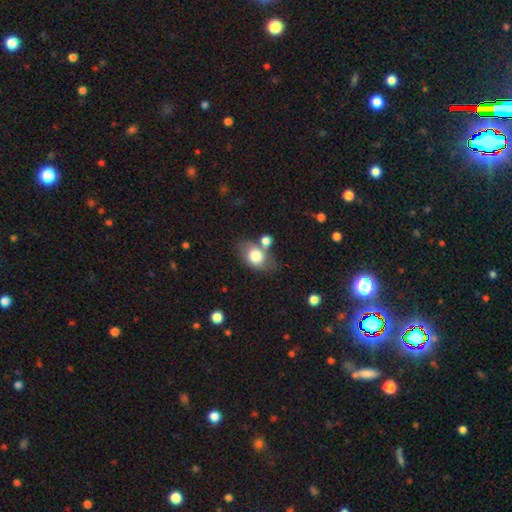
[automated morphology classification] smooth_or_featured: smooth (p=0.75) [alt: featured or disk p=0.16]
how_rounded: in between (p=0.76) [alt: round p=0.22]
merging: none (p=0.54) [alt: merger p=0.21]